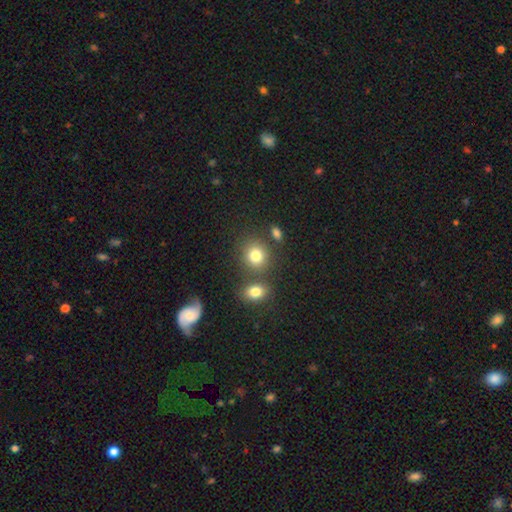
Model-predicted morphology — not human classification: smooth 80%, star or artifact 12%, featured or disk 8%. Down the decision tree: how rounded — round (76%); merging — none (69%).